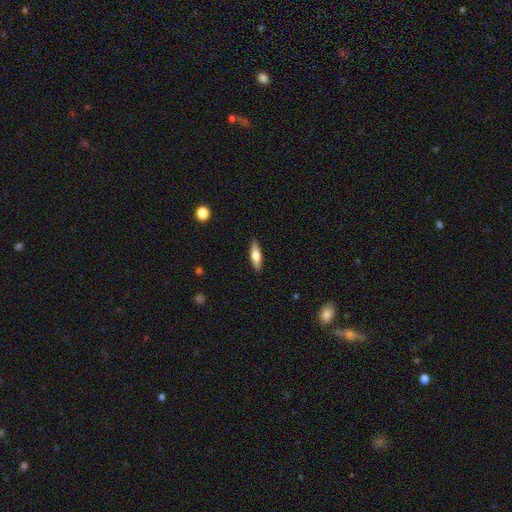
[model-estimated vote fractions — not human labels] Smooth or featured? Predicted: smooth (p=0.60). How rounded? Predicted: cigar-shaped (p=0.56). Merging? Predicted: none (p=0.89).